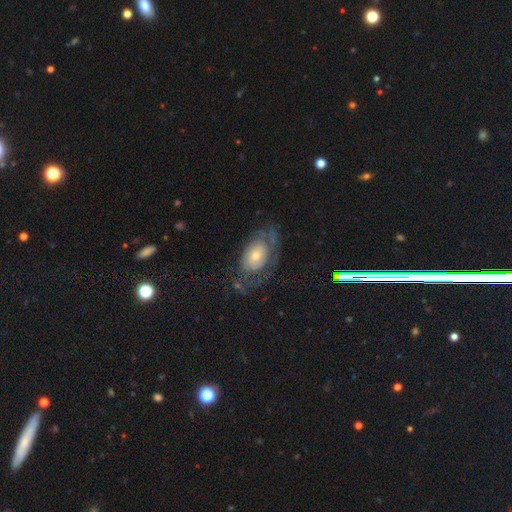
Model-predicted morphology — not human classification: A featured or disk galaxy (66%) with no bar (82%), spiral arms (66%) and a small central bulge (45%).

Vote fractions:
- Smooth or featured? featured or disk: 66% / smooth: 26% / star or artifact: 9%
- Edge-on disk? no: 93% / yes: 7%
- Bar? no: 82% / weak: 15% / strong: 3%
- Spiral arms? yes: 66% / no: 34%
- Bulge size? small: 45% / moderate: 43% / large: 8% / none: 2% / dominant: 2%
- Merging? none: 55% / major disturbance: 22% / minor disturbance: 21% / merger: 2%